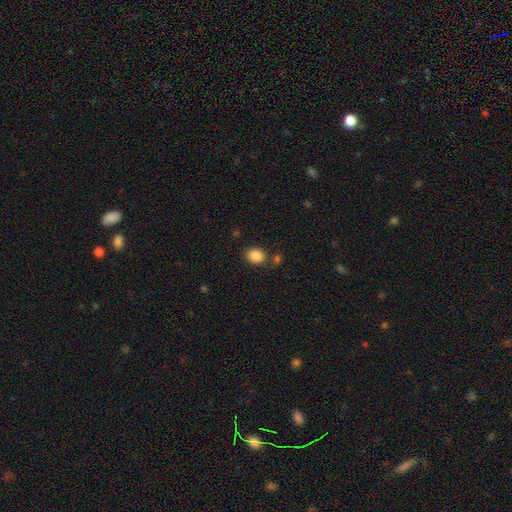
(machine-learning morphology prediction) Smooth or featured? smooth (87%)
How rounded? in between (51%)
Merging? none (77%)